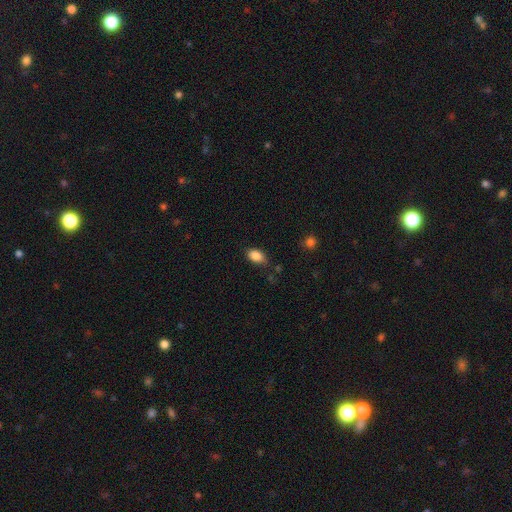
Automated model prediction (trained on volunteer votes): Smooth or featured: smooth — 87% (star or artifact — 8%)
How rounded: in between — 88% (round — 11%)
Merging: none — 71% (minor disturbance — 22%)